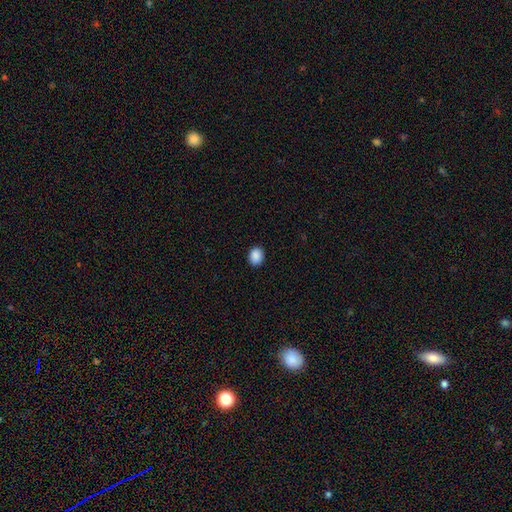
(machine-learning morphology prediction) The model was most divided on "how rounded": round: 50%, in between: 49%, cigar-shaped: 1%. More confident: merging — none (90%); smooth or featured — smooth (89%).